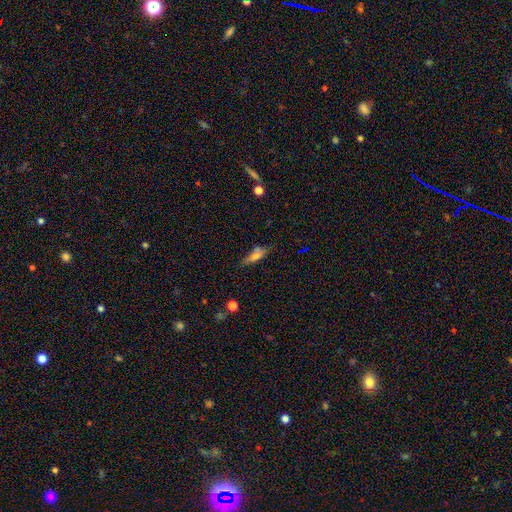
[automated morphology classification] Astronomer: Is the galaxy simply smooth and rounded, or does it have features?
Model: smooth — 62%.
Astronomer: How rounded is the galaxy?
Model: cigar-shaped — 53% (runner-up: in between, 43%).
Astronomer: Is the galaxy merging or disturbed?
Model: none — 59%.